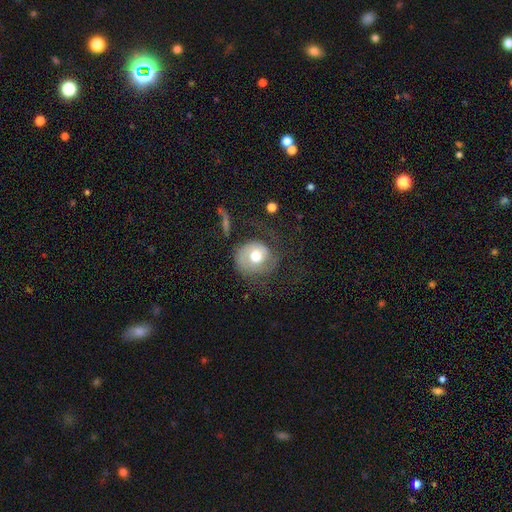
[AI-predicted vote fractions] This is possibly a smooth galaxy (47%). Merging: possibly none (46%).